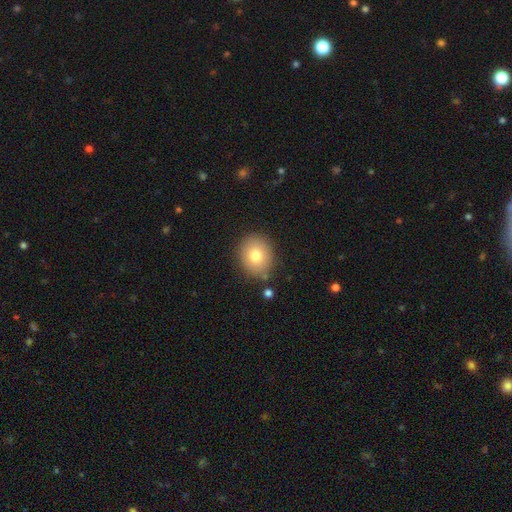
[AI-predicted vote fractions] Overall: smooth (78%). How rounded: round (65%; in between 34%). Merging: none (84%).